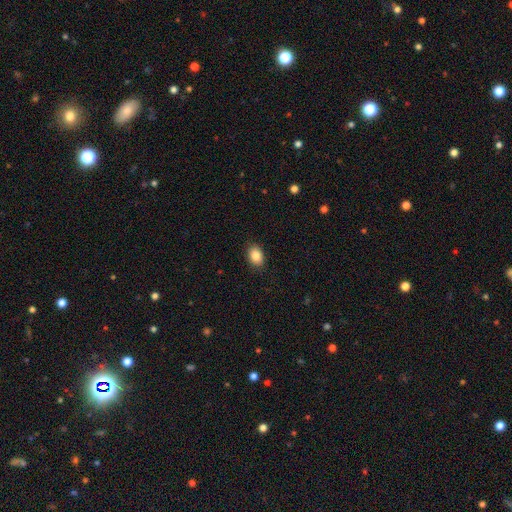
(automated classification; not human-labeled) A smooth galaxy with no disk features (86%) that is in between round and cigar-shaped (77%). Merging: none (87%).